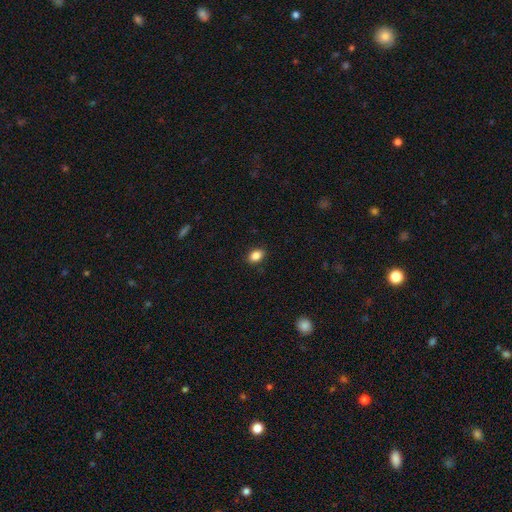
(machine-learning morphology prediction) A smooth galaxy with no disk features (86%) that is in between round and cigar-shaped (82%). Merging: none (88%).